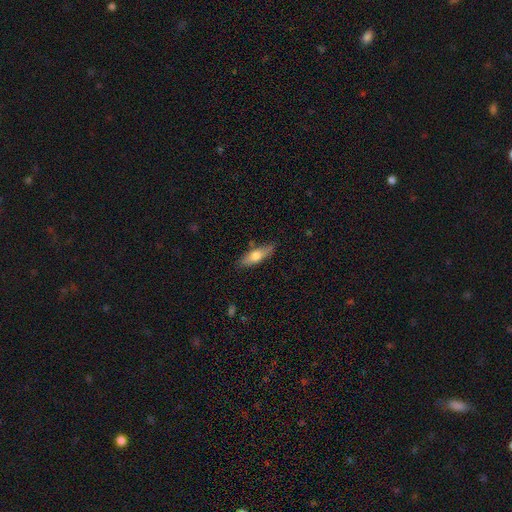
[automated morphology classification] The model was most divided on "how rounded": in between: 52%, cigar-shaped: 45%, round: 3%. More confident: merging — none (78%); smooth or featured — smooth (64%).